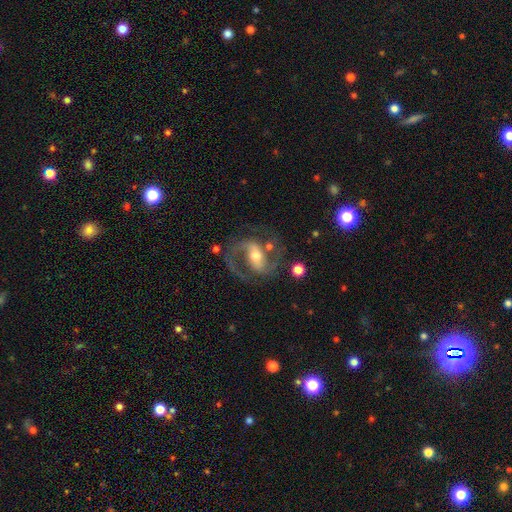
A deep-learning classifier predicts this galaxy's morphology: Overall: featured or disk (89%). Edge-on disk: no (97%). Bar: strong (47%; weak 37%). Spiral arms: yes (96%). Spiral arm count: 2 (91%). Spiral winding: medium (61%; loose 24%). Bulge size: moderate (65%; small 25%). Merging: none (69%).